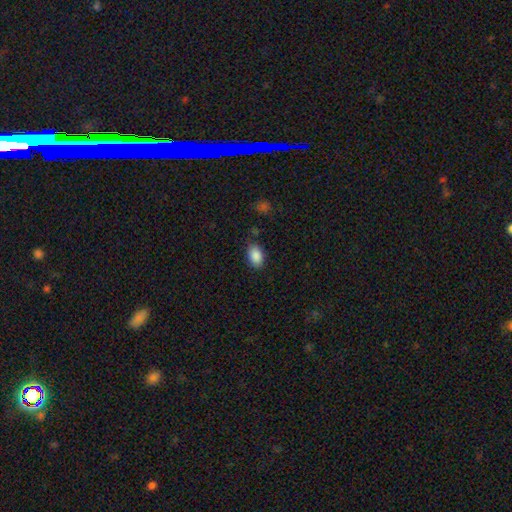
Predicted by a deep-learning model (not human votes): smooth_or_featured: smooth (p=0.88) [alt: star or artifact p=0.08]
how_rounded: in between (p=0.86) [alt: round p=0.13]
merging: none (p=0.81) [alt: minor disturbance p=0.13]